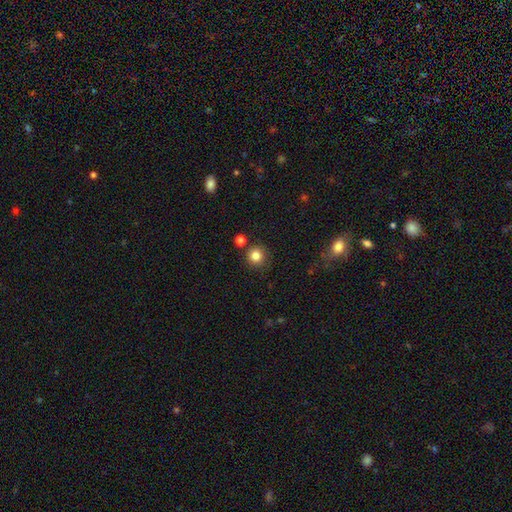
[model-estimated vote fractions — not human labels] Smooth or featured? smooth (83%)
How rounded? round (93%)
Merging? none (83%)